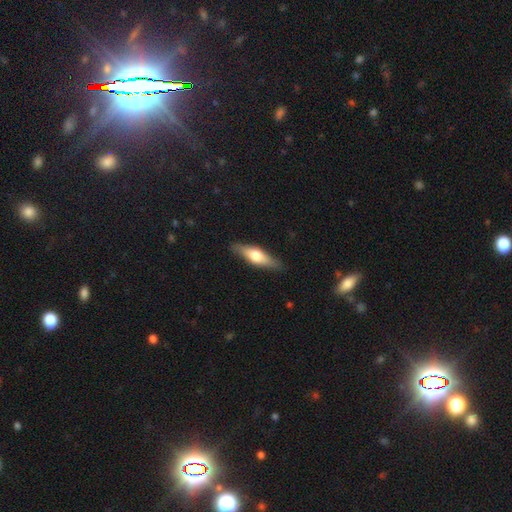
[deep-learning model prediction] Overall: smooth (50%; featured or disk 45%). How rounded: cigar-shaped (54%; in between 44%). Merging: none (86%).